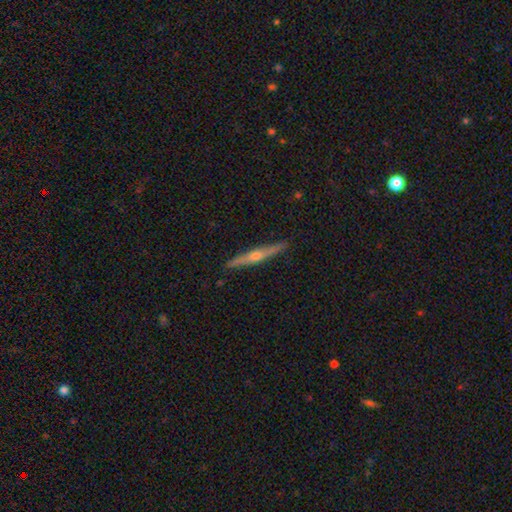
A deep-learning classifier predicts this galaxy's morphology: Q: Smooth or featured?
A: featured or disk (71%); runner-up: smooth (23%)
Q: Edge-on disk?
A: yes (98%); runner-up: no (2%)
Q: Edge-on bulge?
A: rounded (89%); runner-up: none (8%)
Q: Merging?
A: none (90%); runner-up: minor disturbance (7%)